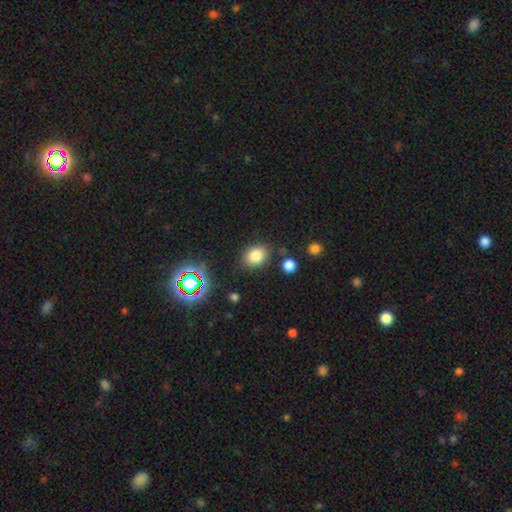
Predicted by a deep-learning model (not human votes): A smooth galaxy with no disk features (80%) that is in between round and cigar-shaped (58%). Merging: none (80%).